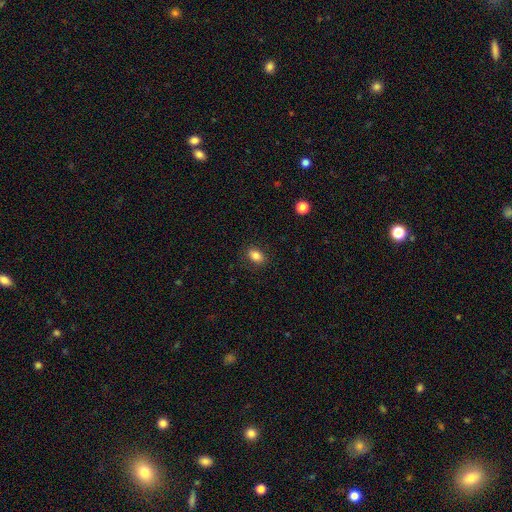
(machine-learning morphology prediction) Q: Smooth or featured?
A: smooth (85%); runner-up: star or artifact (10%)
Q: How rounded?
A: in between (79%); runner-up: round (20%)
Q: Merging?
A: none (87%); runner-up: minor disturbance (9%)